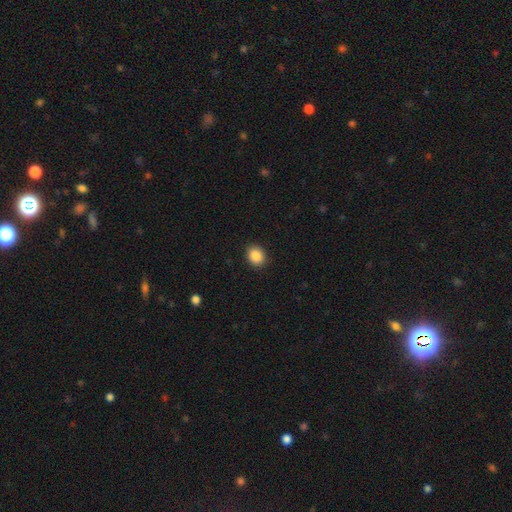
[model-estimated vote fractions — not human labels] smooth-or-featured: smooth: 88% | star or artifact: 9% | featured or disk: 3%
  how-rounded: round: 58% | in between: 42% | cigar-shaped: 1%
  merging: none: 90% | minor disturbance: 7% | major disturbance: 2% | merger: 1%